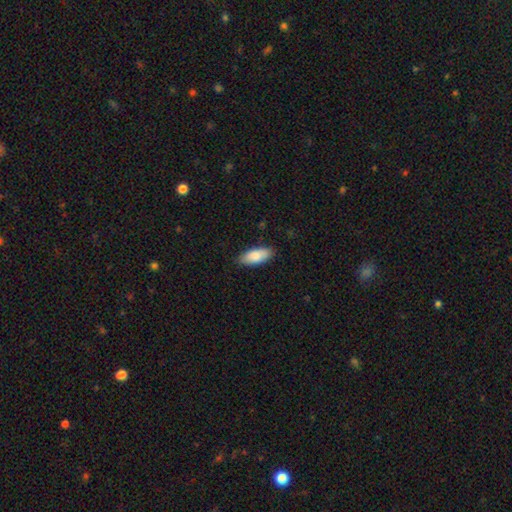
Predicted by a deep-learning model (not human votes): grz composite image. It shows a smooth galaxy with no disk features (85%) that is in between round and cigar-shaped (83%). Merging: none (84%).